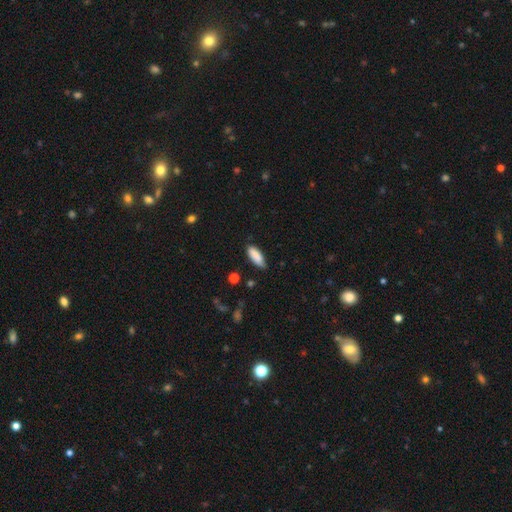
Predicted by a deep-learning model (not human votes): smooth-or-featured: smooth: 87% | featured or disk: 6% | star or artifact: 6%
  how-rounded: in between: 72% | cigar-shaped: 26% | round: 2%
  merging: none: 73% | minor disturbance: 22% | major disturbance: 3% | merger: 2%